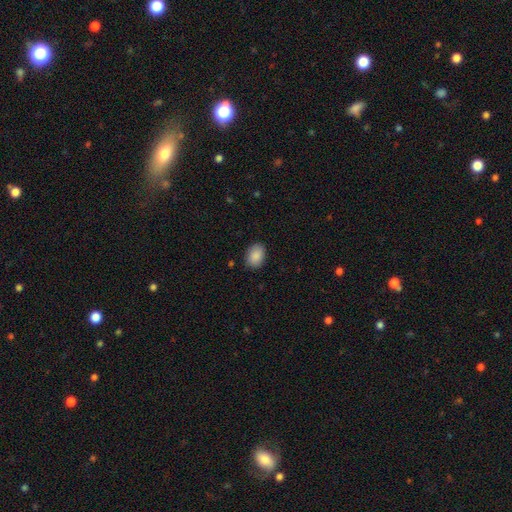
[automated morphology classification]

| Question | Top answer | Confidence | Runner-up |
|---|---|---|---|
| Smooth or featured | smooth | 89% | star or artifact (7%) |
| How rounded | in between | 79% | round (20%) |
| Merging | none | 87% | minor disturbance (10%) |